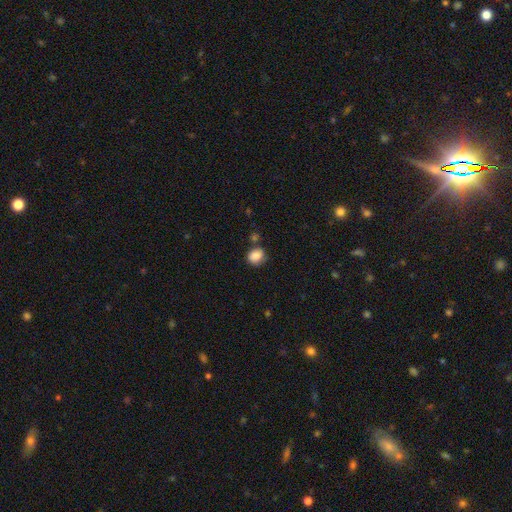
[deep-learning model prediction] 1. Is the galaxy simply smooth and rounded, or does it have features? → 85% smooth, 9% star or artifact, 6% featured or disk.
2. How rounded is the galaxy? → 62% round, 37% in between, 1% cigar-shaped.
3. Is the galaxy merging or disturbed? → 64% none, 21% minor disturbance, 9% merger, 6% major disturbance.